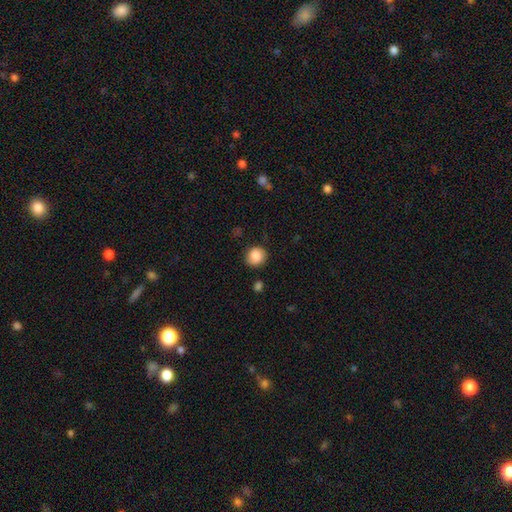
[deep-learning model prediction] Smooth or featured: smooth — 87% (star or artifact — 9%)
How rounded: round — 88% (in between — 11%)
Merging: none — 83% (minor disturbance — 11%)